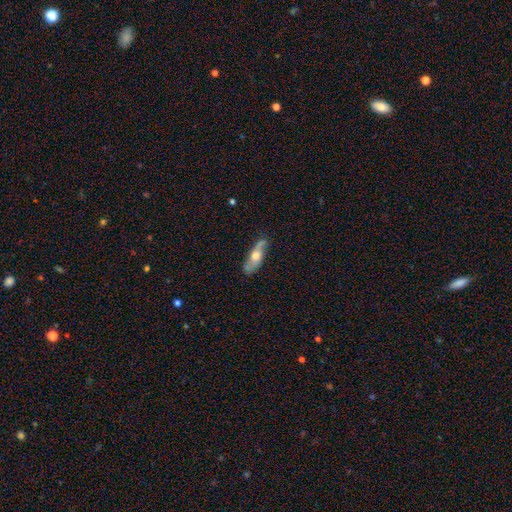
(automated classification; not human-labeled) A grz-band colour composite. It shows a featured or disk galaxy (48%). Merging: none (64%).